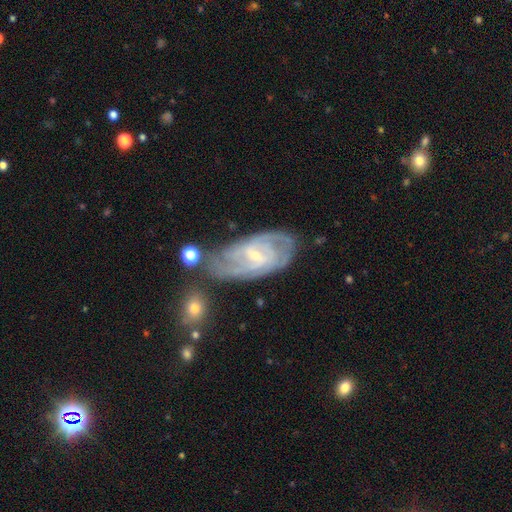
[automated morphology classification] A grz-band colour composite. It shows a featured or disk galaxy (85%) with a weak bar (53%), 2 (33%) tight (55%) spiral arms (95%) and a small central bulge (73%). Merging: none (61%).